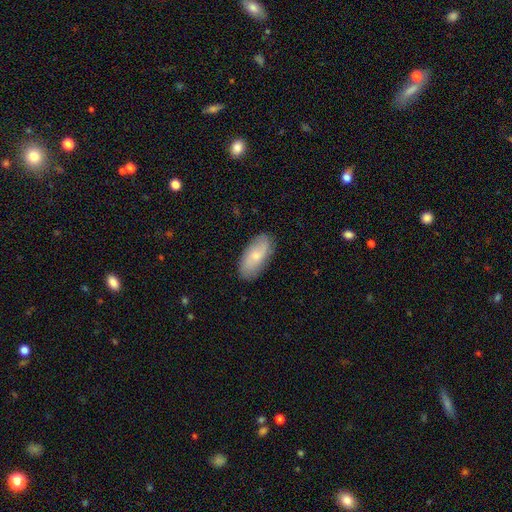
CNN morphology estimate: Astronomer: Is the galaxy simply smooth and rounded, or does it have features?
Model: smooth — 60%.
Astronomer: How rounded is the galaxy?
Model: in between — 88%.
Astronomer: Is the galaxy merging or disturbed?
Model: none — 85%.